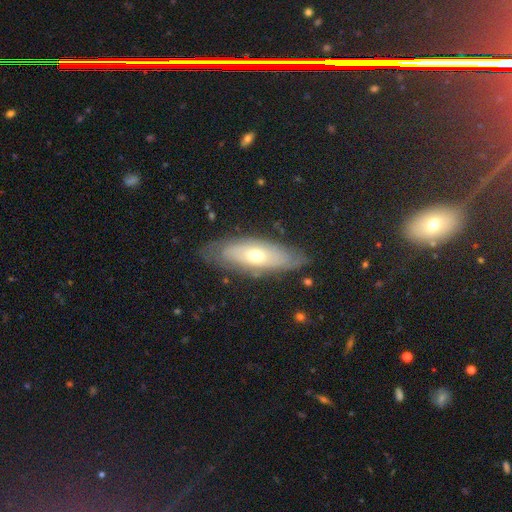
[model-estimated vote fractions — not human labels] Morphology: type=featured or disk (57%); edge-on=no (73%); merging=none (76%).